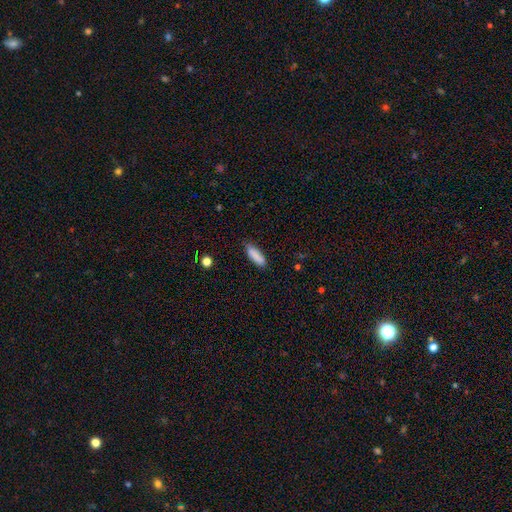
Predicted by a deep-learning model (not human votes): smooth_or_featured: smooth (p=0.87) [alt: star or artifact p=0.07]
how_rounded: in between (p=0.50) [alt: cigar-shaped p=0.48]
merging: none (p=0.82) [alt: minor disturbance p=0.14]